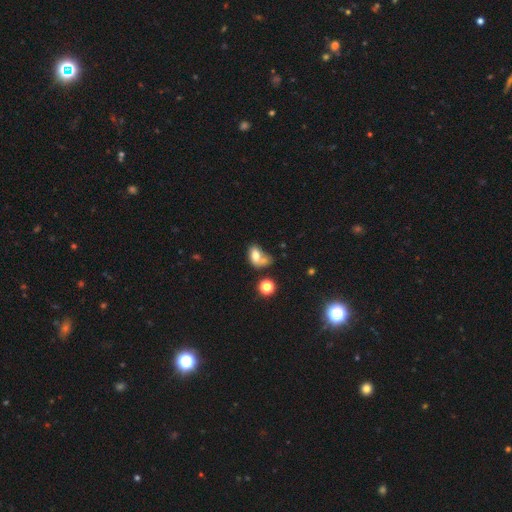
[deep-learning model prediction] A smooth galaxy with no disk features (69%) that is in between round and cigar-shaped (79%). Merging: merger (42%).